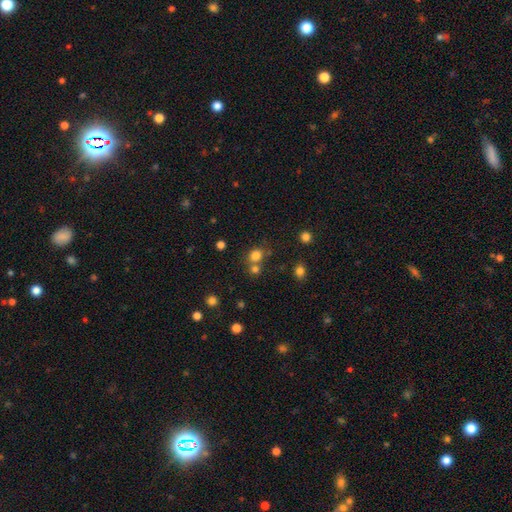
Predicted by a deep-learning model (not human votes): This is likely a smooth galaxy (79%). How rounded: likely round (73%). Merging: possibly none (57%).